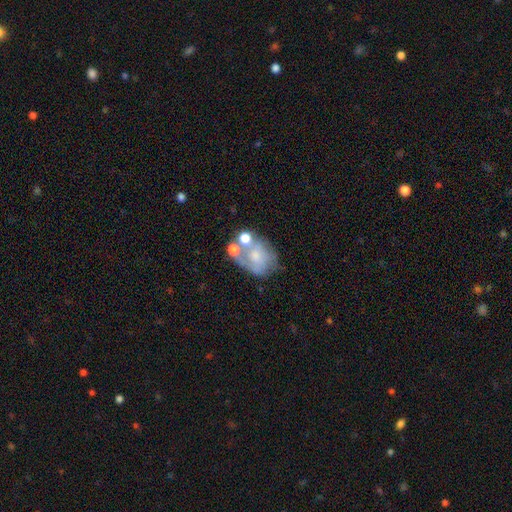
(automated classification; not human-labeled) Q: Smooth or featured?
A: featured or disk (47%); runner-up: smooth (41%)
Q: Merging?
A: none (33%); runner-up: merger (27%)